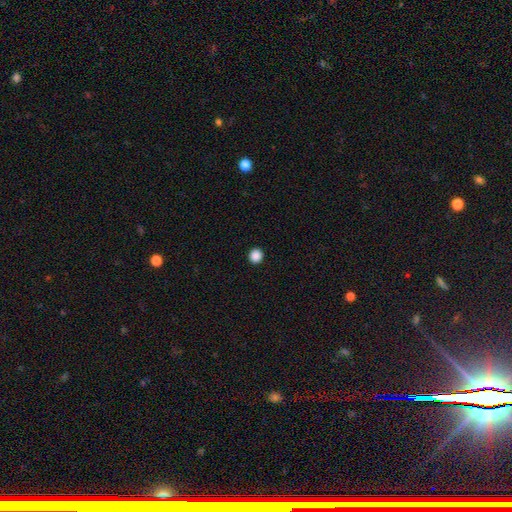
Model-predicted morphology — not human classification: This is clearly a smooth galaxy (88%). How rounded: clearly round (93%). Merging: clearly none (94%).